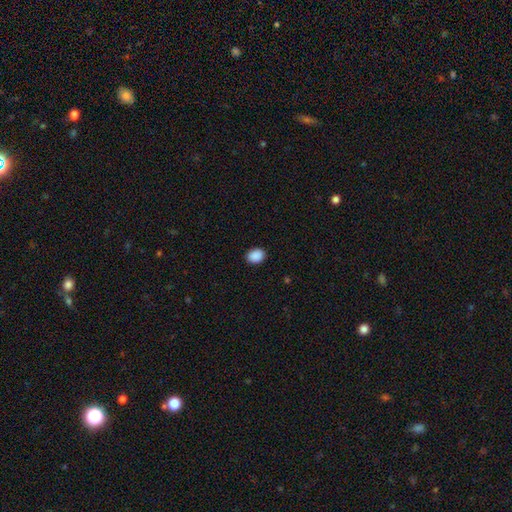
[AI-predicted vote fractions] smooth 90%, star or artifact 8%, featured or disk 2%. Down the decision tree: how rounded — in between (61%); merging — none (90%).